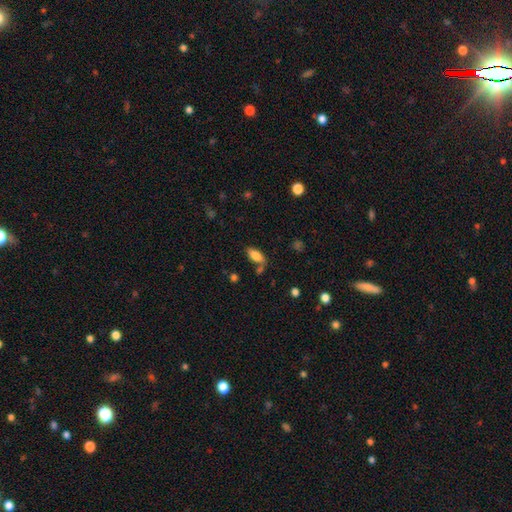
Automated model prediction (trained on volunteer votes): Smooth or featured? smooth (81%)
How rounded? in between (86%)
Merging? none (66%)